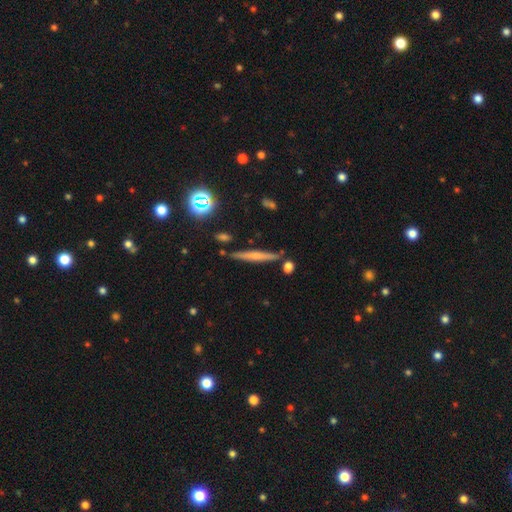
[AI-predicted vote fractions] Smooth or featured? smooth (46%)
Merging? none (82%)